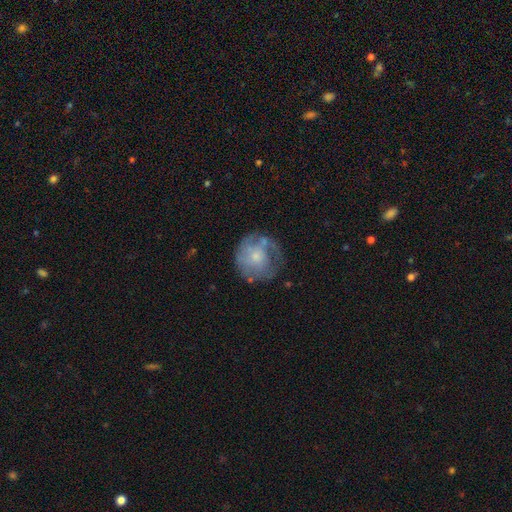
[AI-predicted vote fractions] A smooth galaxy with no disk features (46%, tied with featured or disk). Merging: none (53%).